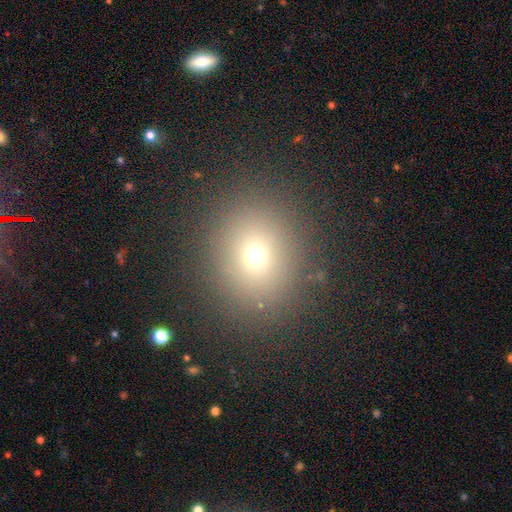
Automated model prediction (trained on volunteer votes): Overall: smooth (68%). How rounded: round (74%). Merging: none (89%).